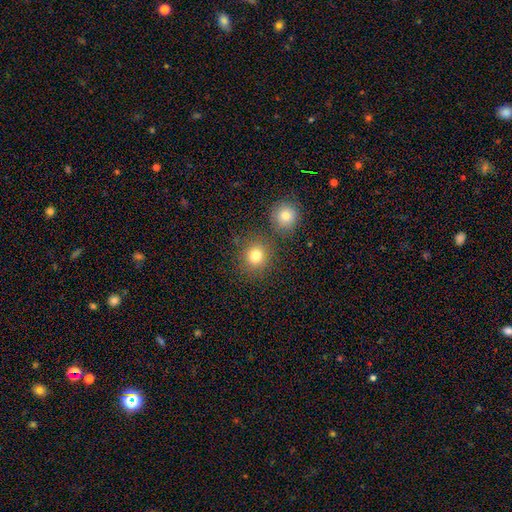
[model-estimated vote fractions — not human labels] Smooth or featured?
  - smooth: 80% *
  - star or artifact: 13%
  - featured or disk: 7%
How rounded?
  - round: 87% *
  - in between: 12%
  - cigar-shaped: 1%
Merging?
  - none: 77% *
  - merger: 12%
  - minor disturbance: 8%
  - major disturbance: 3%